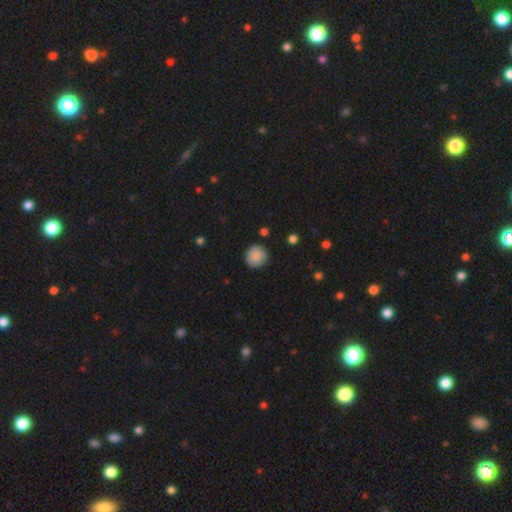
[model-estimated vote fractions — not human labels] This is clearly a smooth galaxy (88%). How rounded: clearly round (94%). Merging: clearly none (88%).